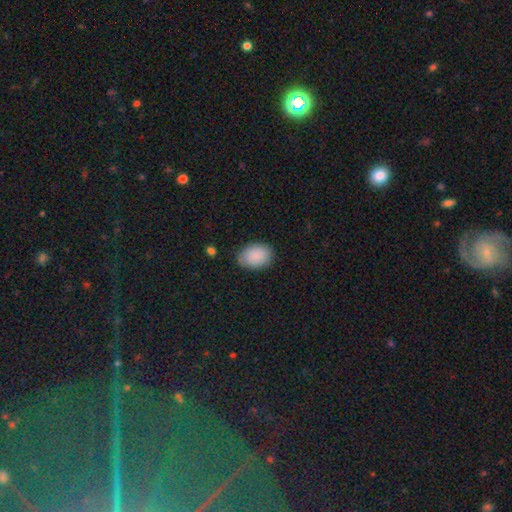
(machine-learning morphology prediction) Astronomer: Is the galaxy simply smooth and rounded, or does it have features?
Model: smooth — 89%.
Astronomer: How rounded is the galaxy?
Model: in between — 79%.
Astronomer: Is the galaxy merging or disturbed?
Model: none — 81%.